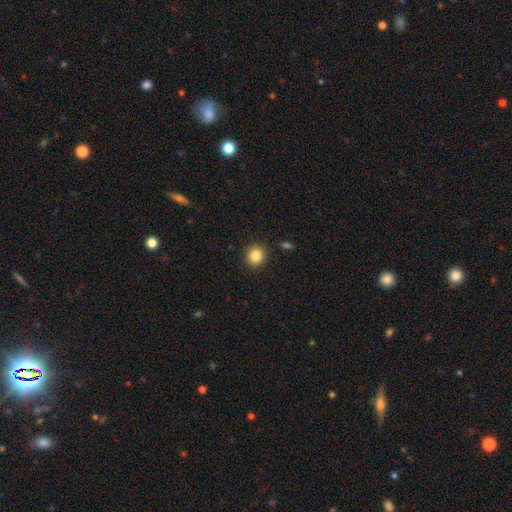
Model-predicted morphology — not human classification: Q: Smooth or featured?
A: smooth (85%); runner-up: star or artifact (10%)
Q: How rounded?
A: round (89%); runner-up: in between (10%)
Q: Merging?
A: none (90%); runner-up: minor disturbance (6%)